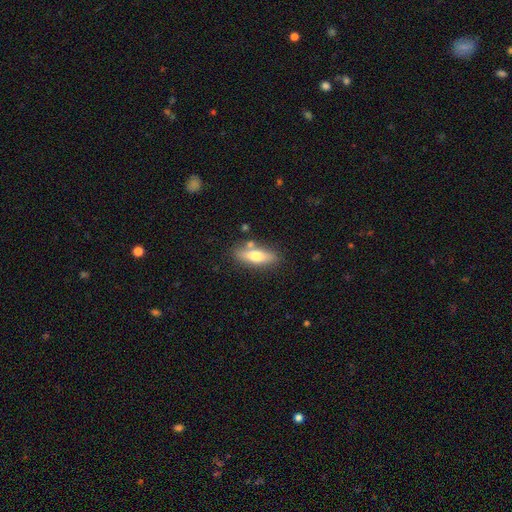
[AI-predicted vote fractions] smooth_or_featured: smooth (p=0.66) [alt: featured or disk p=0.28]
how_rounded: in between (p=0.54) [alt: cigar-shaped p=0.43]
merging: none (p=0.73) [alt: minor disturbance p=0.14]